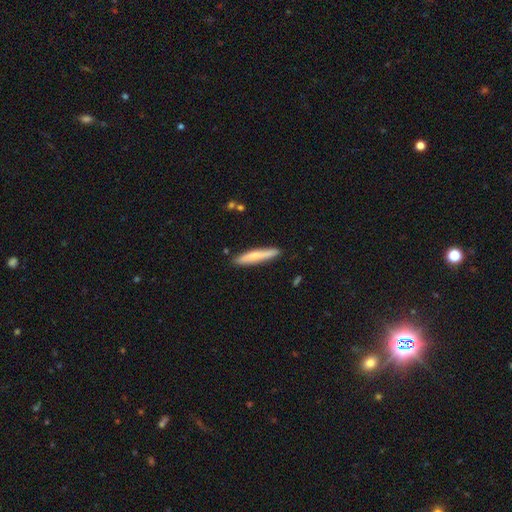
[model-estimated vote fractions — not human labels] Overall: smooth (64%; featured or disk 31%). How rounded: cigar-shaped (91%). Merging: none (86%).